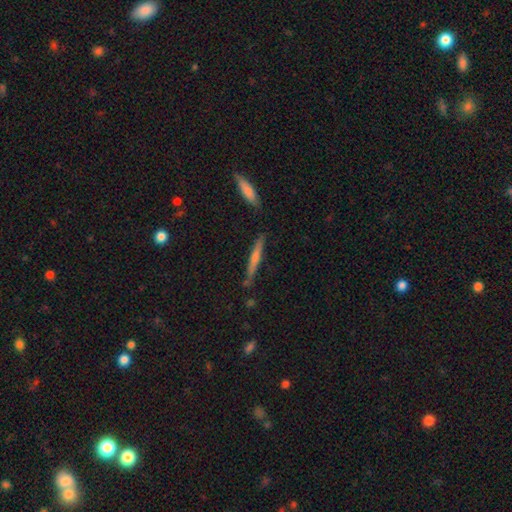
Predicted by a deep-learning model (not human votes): Smooth or featured: featured or disk — 56% (smooth — 30%)
Edge-on disk: yes — 94% (no — 6%)
Edge-on bulge: rounded — 60% (none — 28%)
Merging: none — 83% (minor disturbance — 11%)